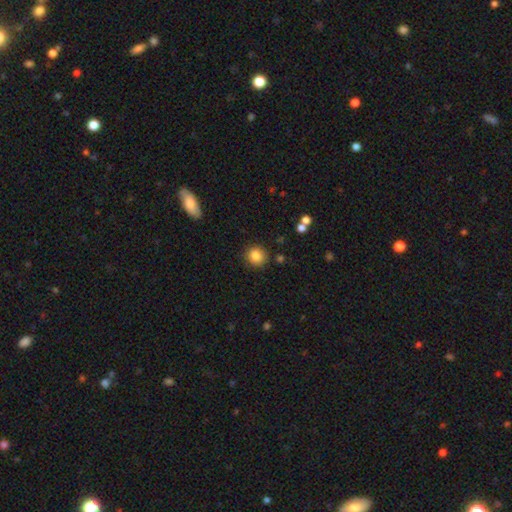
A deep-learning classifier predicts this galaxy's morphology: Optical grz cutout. It shows a smooth galaxy with no disk features (85%) that is round (91%). Merging: none (88%).